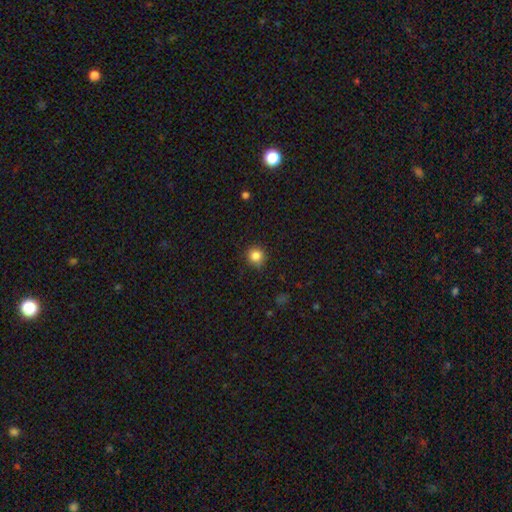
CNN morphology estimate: The model was most divided on "smooth or featured": smooth: 84%, star or artifact: 11%, featured or disk: 4%. More confident: how rounded — round (92%); merging — none (87%).